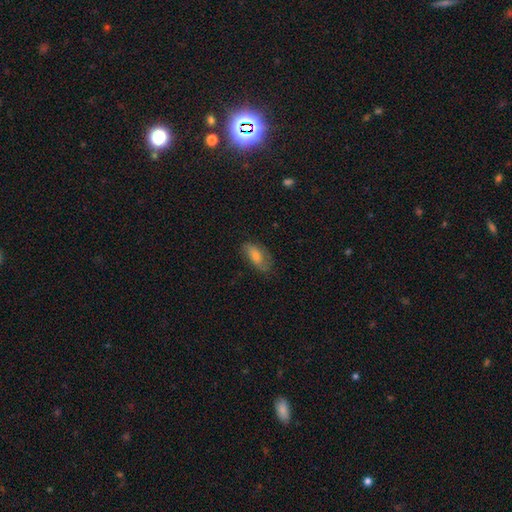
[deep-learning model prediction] Overall: smooth (57%; featured or disk 33%). How rounded: in between (84%). Merging: none (72%).